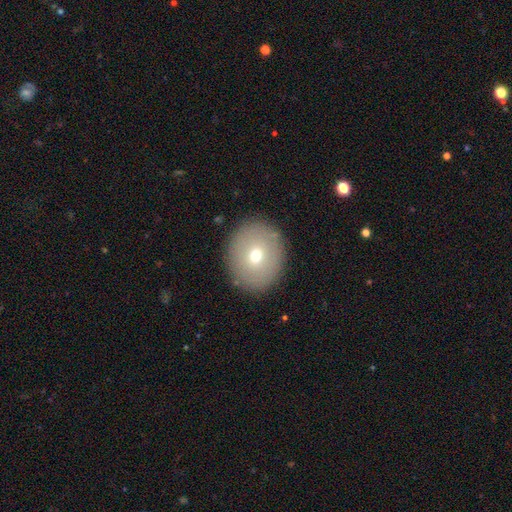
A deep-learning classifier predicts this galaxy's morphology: The model was most divided on "how rounded": round: 66%, in between: 33%, cigar-shaped: 1%. More confident: merging — none (87%); smooth or featured — smooth (67%).